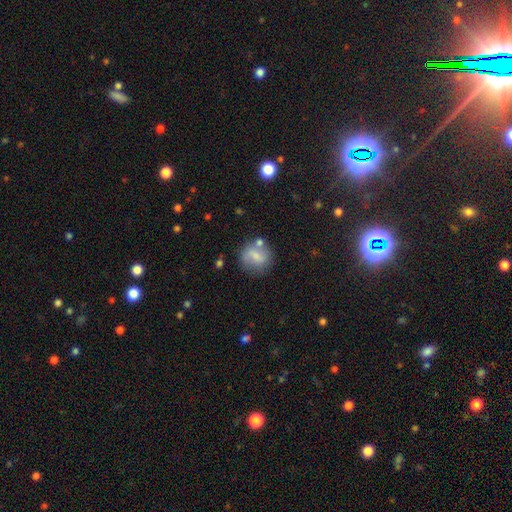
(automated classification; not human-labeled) A smooth galaxy with no disk features (60%) that is round (80%).

Vote fractions:
- Smooth or featured? smooth: 60% / featured or disk: 31% / star or artifact: 9%
- How rounded? round: 80% / in between: 19% / cigar-shaped: 2%
- Merging? none: 66% / minor disturbance: 17% / merger: 11% / major disturbance: 6%